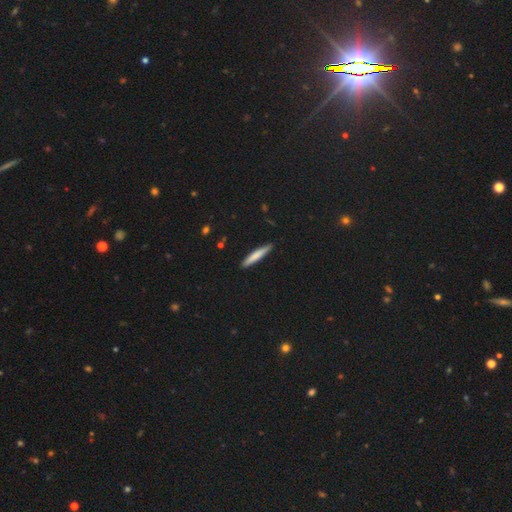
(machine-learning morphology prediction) Smooth or featured?
  - smooth: 75% *
  - featured or disk: 19%
  - star or artifact: 6%
How rounded?
  - cigar-shaped: 94% *
  - in between: 5%
  - round: 1%
Merging?
  - none: 90% *
  - minor disturbance: 7%
  - major disturbance: 1%
  - merger: 1%